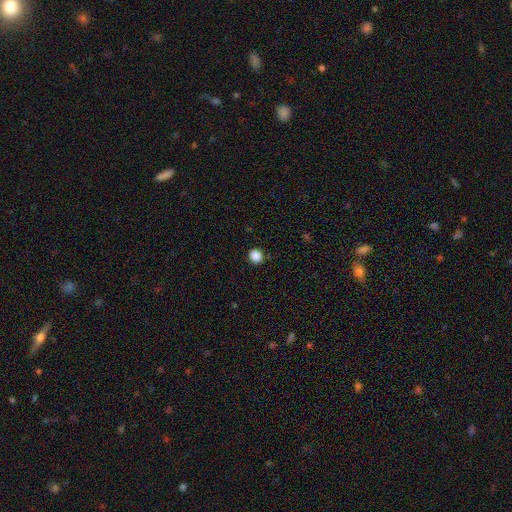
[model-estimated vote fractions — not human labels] A smooth galaxy with no disk features (87%) that is round (90%).

Vote fractions:
- Smooth or featured? smooth: 87% / star or artifact: 10% / featured or disk: 3%
- How rounded? round: 90% / in between: 9% / cigar-shaped: 1%
- Merging? none: 91% / minor disturbance: 6% / major disturbance: 2% / merger: 1%